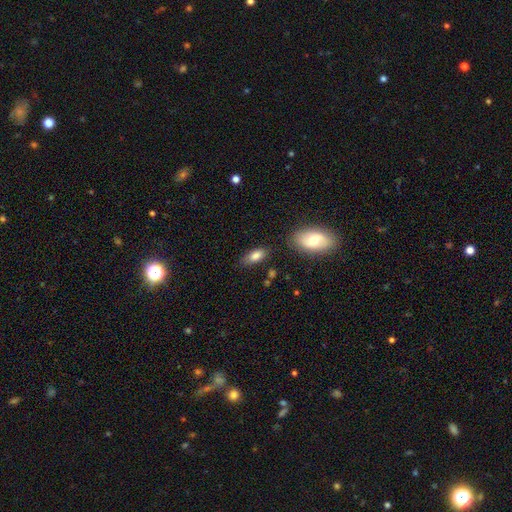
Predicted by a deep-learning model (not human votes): A smooth galaxy with no disk features (83%) that is in between round and cigar-shaped (87%). Merging: none (75%).